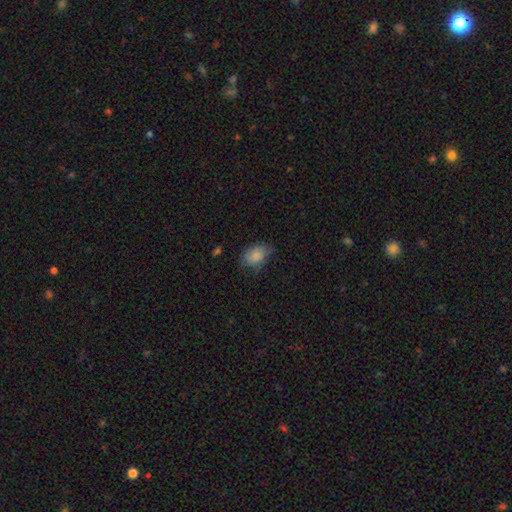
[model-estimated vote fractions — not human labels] The model was most divided on "merging": none: 58%, minor disturbance: 32%, major disturbance: 9%, merger: 2%. More confident: smooth or featured — smooth (83%); how rounded — in between (82%).